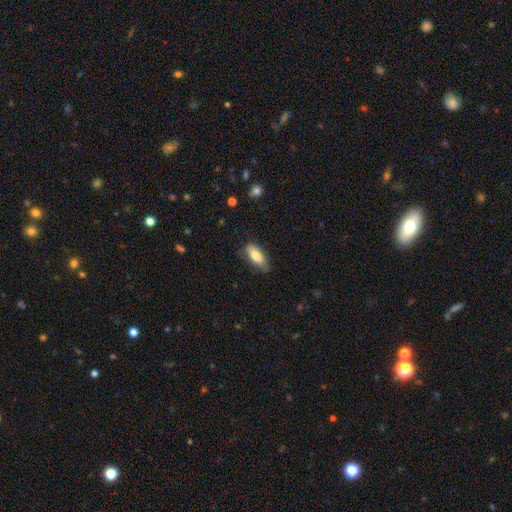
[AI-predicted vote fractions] smooth-or-featured: smooth: 78% | featured or disk: 15% | star or artifact: 7%
  how-rounded: in between: 82% | cigar-shaped: 15% | round: 2%
  merging: none: 72% | minor disturbance: 22% | major disturbance: 5% | merger: 1%